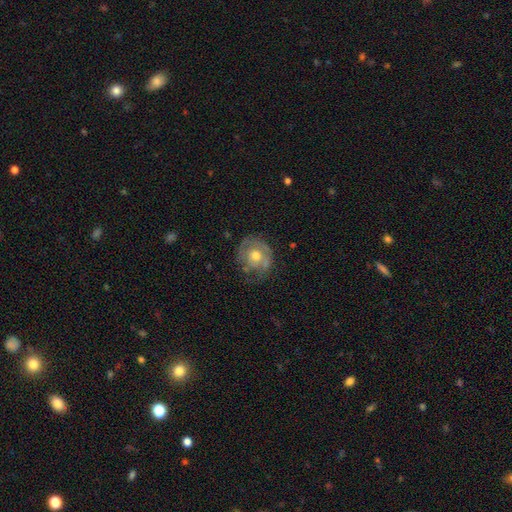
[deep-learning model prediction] Morphology: type=featured or disk (54%); edge-on=no (96%); bar=no (84%); spiral arms=no (53%); bulge=moderate (74%); merging=none (56%).